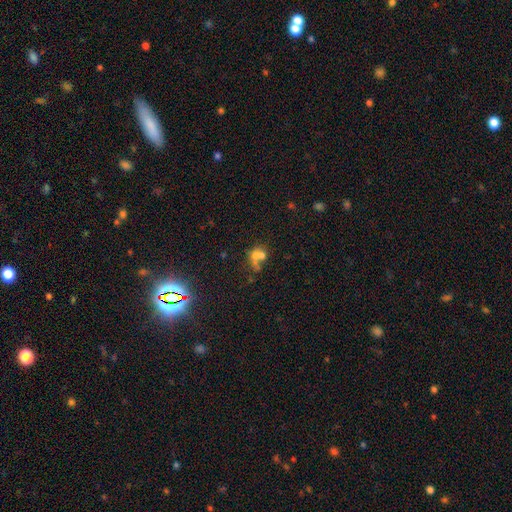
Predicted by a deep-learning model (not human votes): smooth 55%, featured or disk 25%, star or artifact 20%. Down the decision tree: how rounded — round (54%); merging — merger (59%).